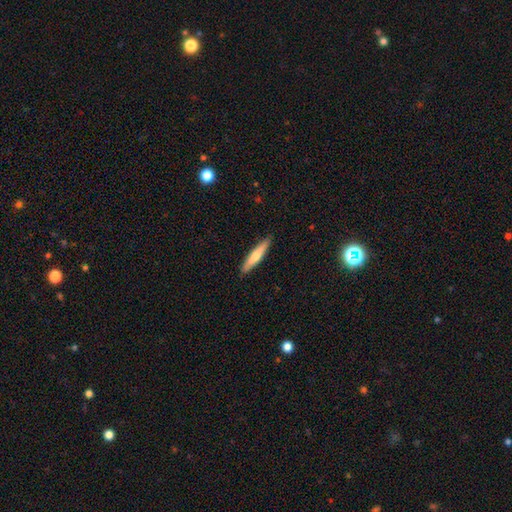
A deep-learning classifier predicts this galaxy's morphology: type=smooth (63%); roundness=cigar-shaped (89%); merging=none (90%).